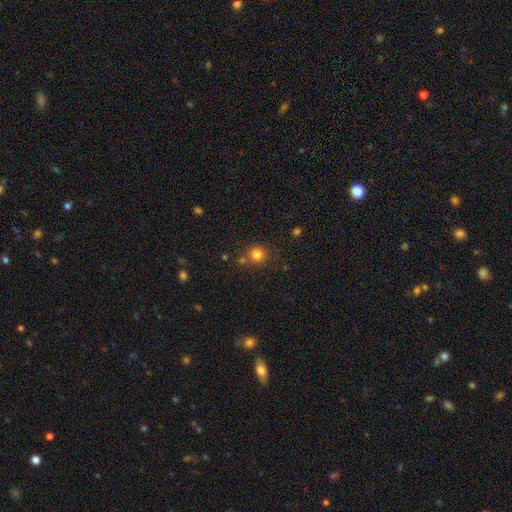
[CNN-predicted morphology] Overall: smooth (80%). How rounded: round (90%). Merging: none (72%).